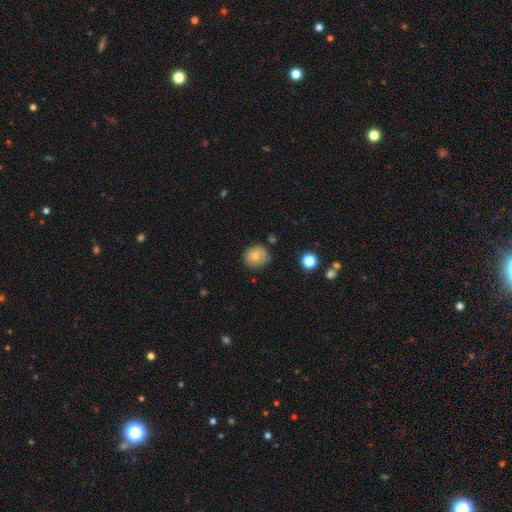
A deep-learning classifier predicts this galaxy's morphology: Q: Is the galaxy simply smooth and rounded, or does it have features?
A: smooth — 71%.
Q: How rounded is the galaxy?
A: round — 84%.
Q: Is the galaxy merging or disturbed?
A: none — 73%.